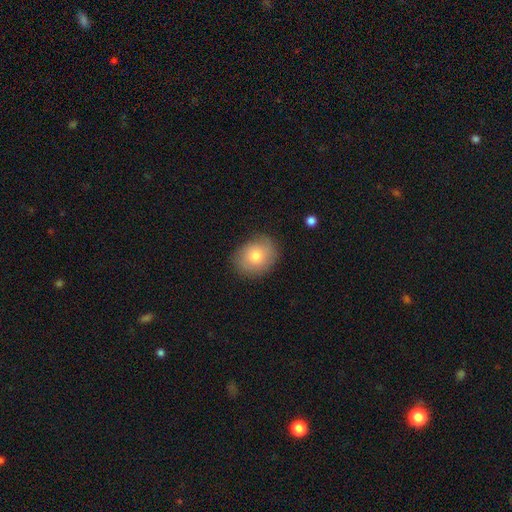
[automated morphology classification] smooth_or_featured: smooth (p=0.71) [alt: featured or disk p=0.19]
how_rounded: round (p=0.55) [alt: in between p=0.44]
merging: none (p=0.82) [alt: minor disturbance p=0.14]